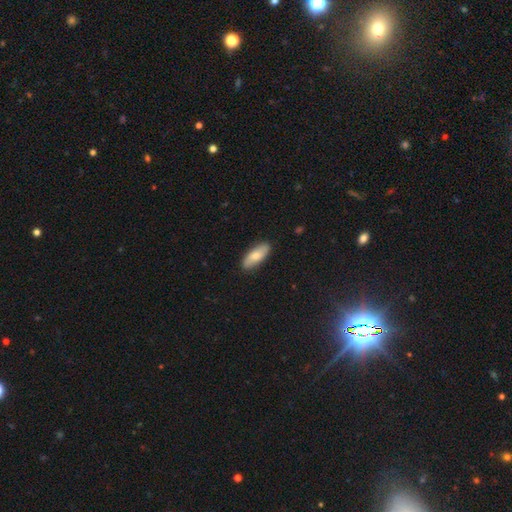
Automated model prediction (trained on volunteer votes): A smooth galaxy with no disk features (73%) that is in between round and cigar-shaped (72%).

Vote fractions:
- Smooth or featured? smooth: 73% / featured or disk: 22% / star or artifact: 5%
- How rounded? in between: 72% / cigar-shaped: 26% / round: 2%
- Merging? none: 88% / minor disturbance: 10% / major disturbance: 2% / merger: 1%